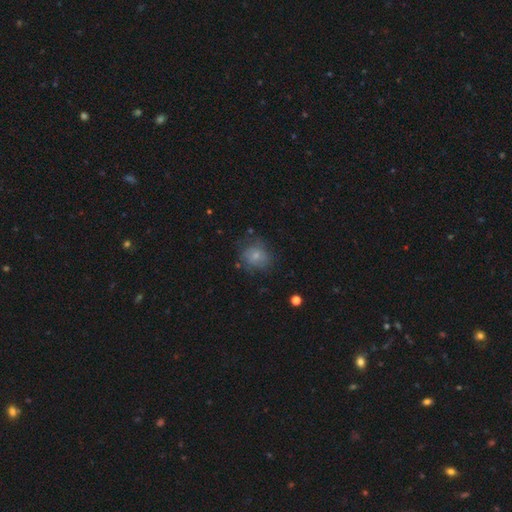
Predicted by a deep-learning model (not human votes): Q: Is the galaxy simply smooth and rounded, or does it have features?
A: smooth — 68%.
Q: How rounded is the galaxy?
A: round — 70%.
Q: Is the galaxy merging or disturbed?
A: none — 61%.